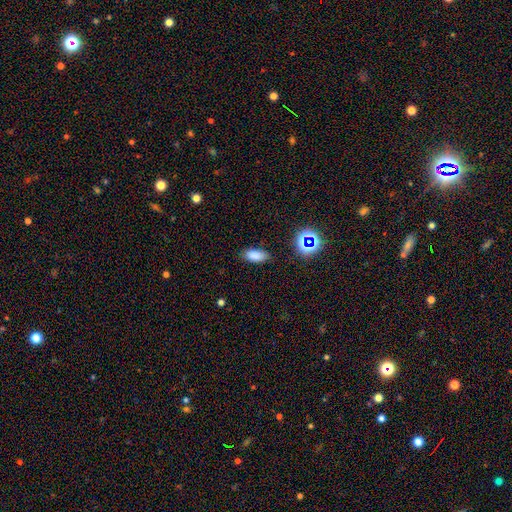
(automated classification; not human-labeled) Smooth or featured?
  - smooth: 80% *
  - star or artifact: 14%
  - featured or disk: 6%
How rounded?
  - in between: 84% *
  - cigar-shaped: 12%
  - round: 4%
Merging?
  - none: 83% *
  - minor disturbance: 12%
  - major disturbance: 3%
  - merger: 2%